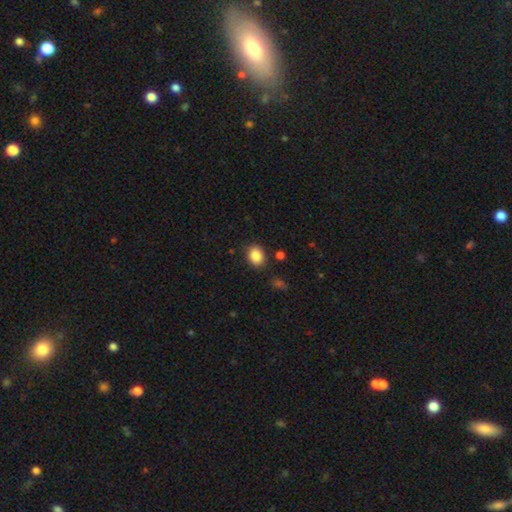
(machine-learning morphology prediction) Q: Smooth or featured?
A: smooth (87%); runner-up: star or artifact (9%)
Q: How rounded?
A: round (53%); runner-up: in between (46%)
Q: Merging?
A: none (84%); runner-up: minor disturbance (10%)